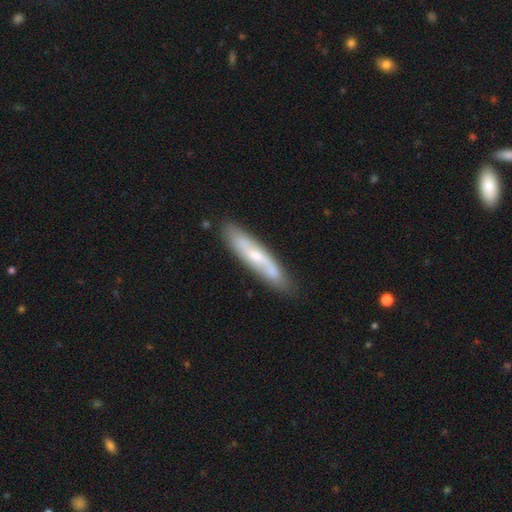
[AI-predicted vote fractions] smooth_or_featured: featured or disk (p=0.56) [alt: smooth p=0.39]
disk_edge_on: no (p=0.55) [alt: yes p=0.45]
merging: none (p=0.81) [alt: minor disturbance p=0.14]